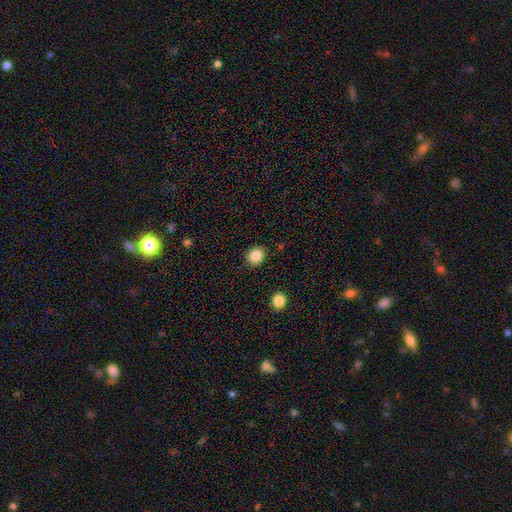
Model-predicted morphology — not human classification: Overall: smooth (86%). How rounded: round (67%; in between 32%). Merging: none (88%).